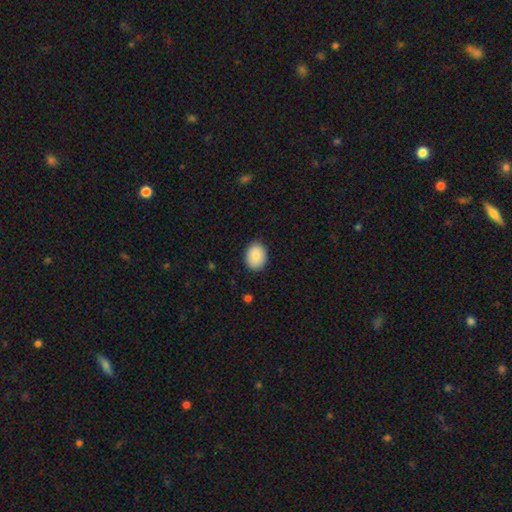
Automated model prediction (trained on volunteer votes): A smooth galaxy with no disk features (87%) that is in between round and cigar-shaped (56%).

Vote fractions:
- Smooth or featured? smooth: 87% / star or artifact: 7% / featured or disk: 6%
- How rounded? in between: 56% / round: 43% / cigar-shaped: 1%
- Merging? none: 86% / minor disturbance: 11% / major disturbance: 2% / merger: 1%